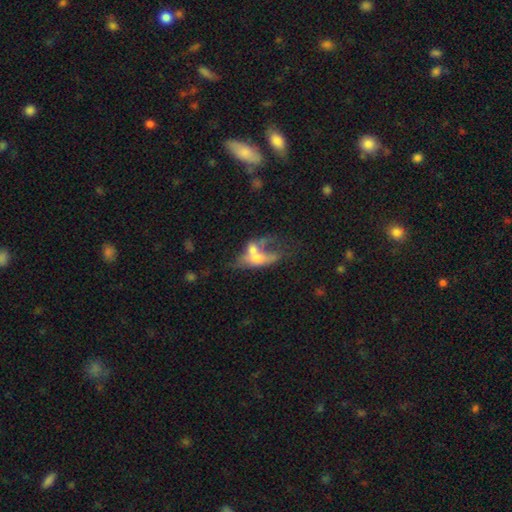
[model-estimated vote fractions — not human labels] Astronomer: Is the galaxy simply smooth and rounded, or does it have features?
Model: featured or disk — 46% (runner-up: smooth, 44%).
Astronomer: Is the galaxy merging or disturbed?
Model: merger — 54%.